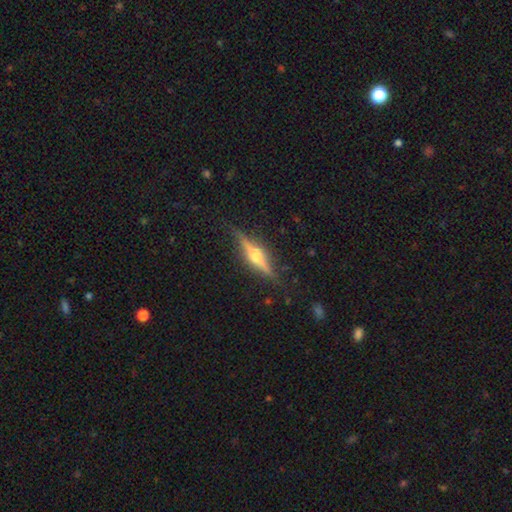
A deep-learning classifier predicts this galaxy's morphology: smooth_or_featured: featured or disk (p=0.79) [alt: smooth p=0.14]
disk_edge_on: yes (p=0.97) [alt: no p=0.03]
edge_on_bulge: rounded (p=0.94) [alt: boxy p=0.03]
merging: none (p=0.87) [alt: minor disturbance p=0.09]